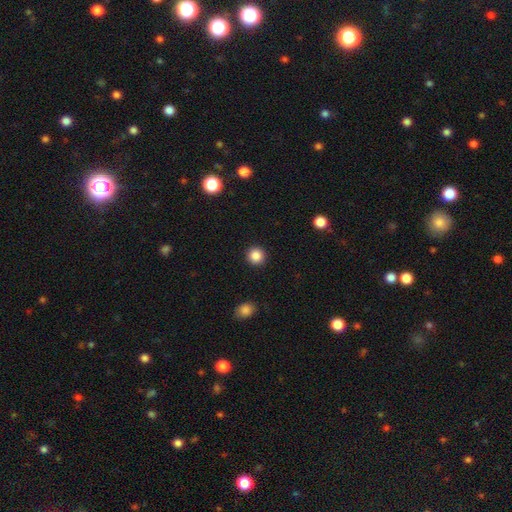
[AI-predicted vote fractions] A smooth galaxy with no disk features (87%) that is round (94%). Merging: none (93%).